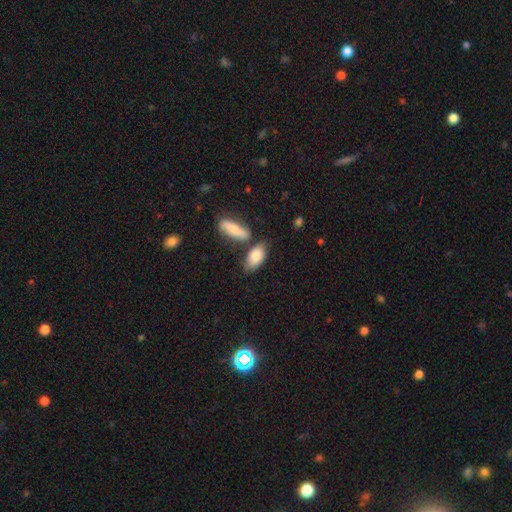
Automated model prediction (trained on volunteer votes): The model was most divided on "merging": none: 51%, merger: 25%, minor disturbance: 18%, major disturbance: 6%. More confident: how rounded — in between (88%); smooth or featured — smooth (82%).